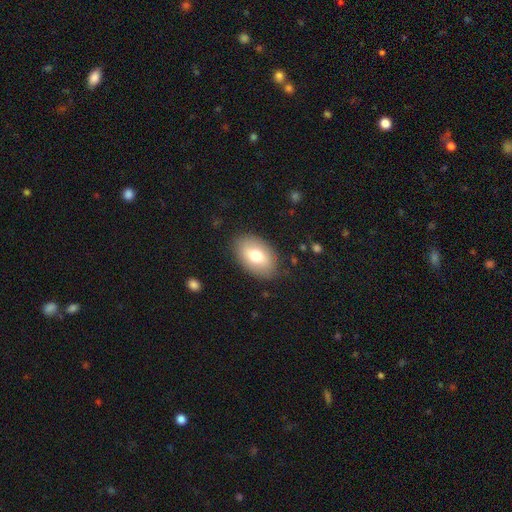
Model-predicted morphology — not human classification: The model was most divided on "smooth or featured": smooth: 74%, featured or disk: 19%, star or artifact: 7%. More confident: how rounded — in between (89%); merging — none (83%).